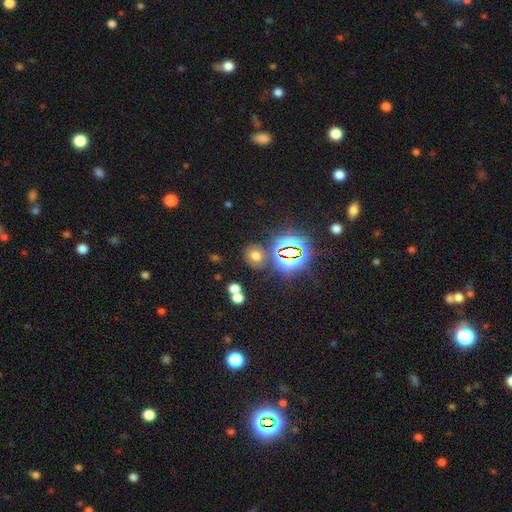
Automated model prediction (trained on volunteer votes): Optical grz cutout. It shows a smooth galaxy with no disk features (56%) that is round (67%). Merging: none (73%).